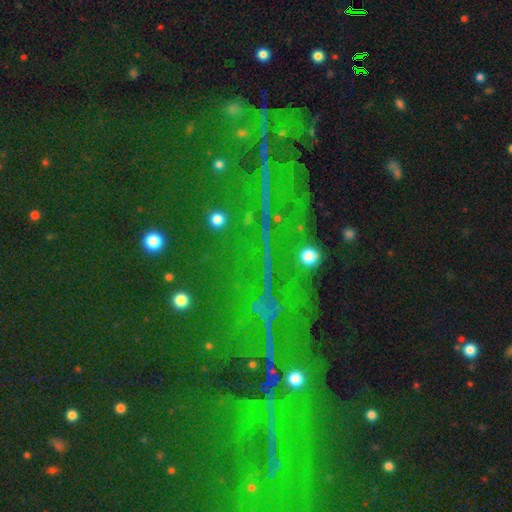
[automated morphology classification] This is clearly a star or artifact rather than a galaxy (84%).